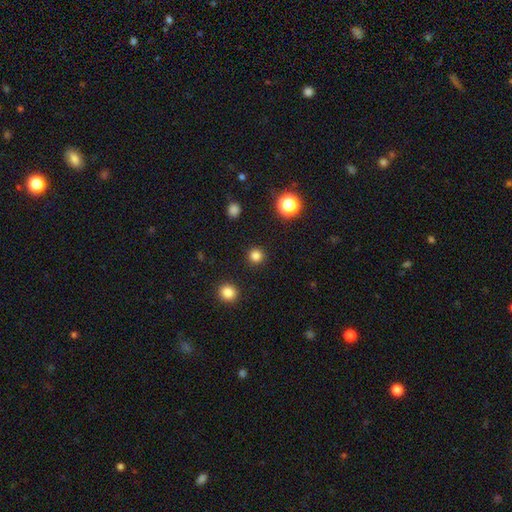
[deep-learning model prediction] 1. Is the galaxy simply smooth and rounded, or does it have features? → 82% smooth, 15% star or artifact, 4% featured or disk.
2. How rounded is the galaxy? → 95% round, 4% in between, 1% cigar-shaped.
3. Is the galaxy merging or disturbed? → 92% none, 4% minor disturbance, 2% major disturbance, 1% merger.